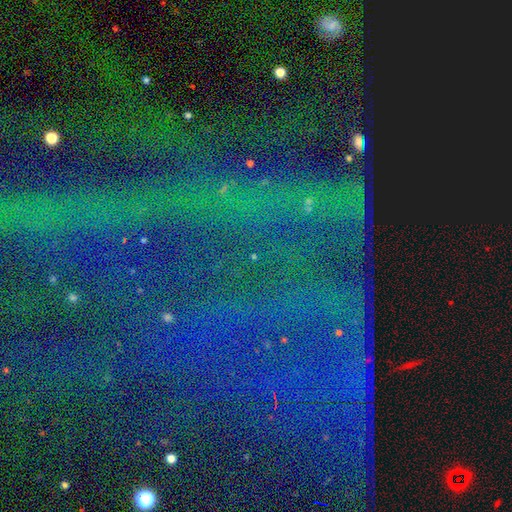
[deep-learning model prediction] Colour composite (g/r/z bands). It shows a star or artifact, not a galaxy (86%).